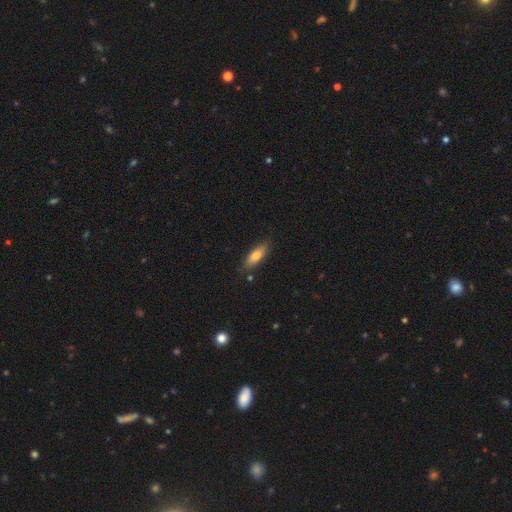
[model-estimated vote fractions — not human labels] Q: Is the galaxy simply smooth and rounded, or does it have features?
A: smooth — 73%.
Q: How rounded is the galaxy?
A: in between — 63%.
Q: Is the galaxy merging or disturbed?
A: none — 83%.